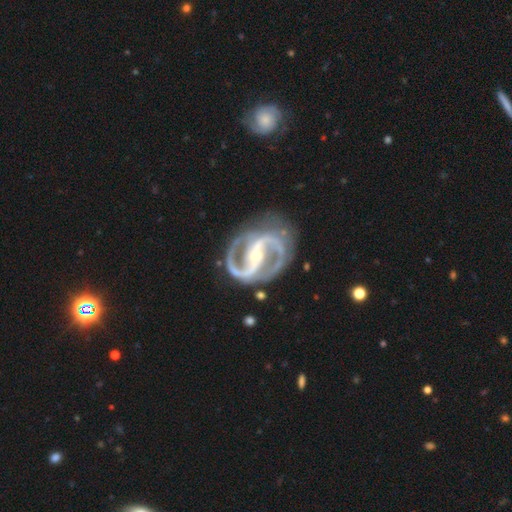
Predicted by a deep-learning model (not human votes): Q: Smooth or featured?
A: featured or disk (94%); runner-up: star or artifact (4%)
Q: Edge-on disk?
A: no (98%); runner-up: yes (2%)
Q: Bar?
A: strong (64%); runner-up: weak (23%)
Q: Spiral arms?
A: yes (98%); runner-up: no (2%)
Q: Spiral winding?
A: medium (62%); runner-up: tight (25%)
Q: Spiral arm count?
A: 2 (94%); runner-up: 3 (2%)
Q: Bulge size?
A: small (60%); runner-up: moderate (37%)
Q: Merging?
A: none (76%); runner-up: minor disturbance (15%)